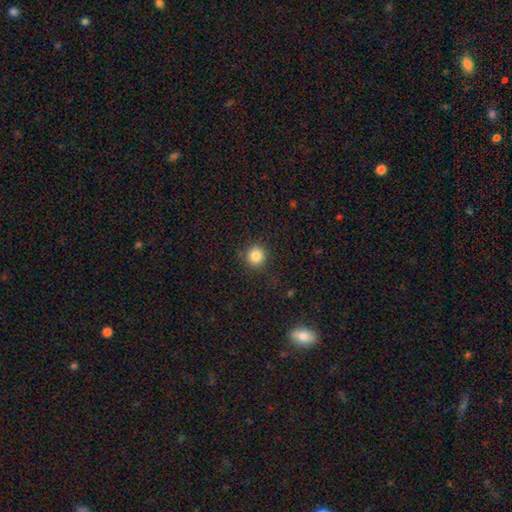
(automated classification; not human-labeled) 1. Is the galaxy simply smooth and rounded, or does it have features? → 84% smooth, 11% star or artifact, 5% featured or disk.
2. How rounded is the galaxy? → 93% round, 6% in between, 1% cigar-shaped.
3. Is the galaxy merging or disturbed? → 88% none, 7% minor disturbance, 3% major disturbance, 1% merger.